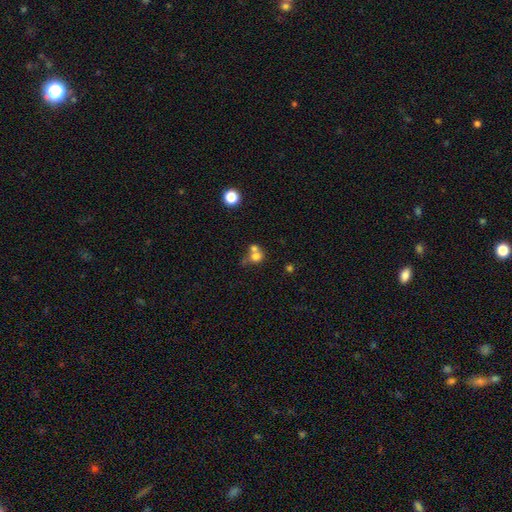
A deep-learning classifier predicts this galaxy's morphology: The model was most divided on "merging": merger: 57%, none: 31%, minor disturbance: 8%, major disturbance: 5%. More confident: how rounded — round (74%); smooth or featured — smooth (71%).